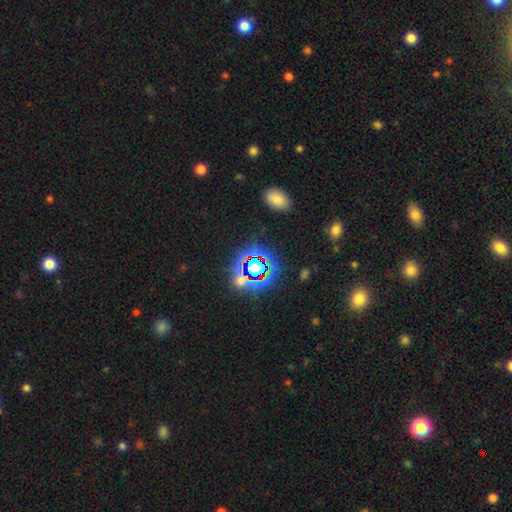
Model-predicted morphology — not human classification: smooth_or_featured: star or artifact (p=0.73) [alt: smooth p=0.17]